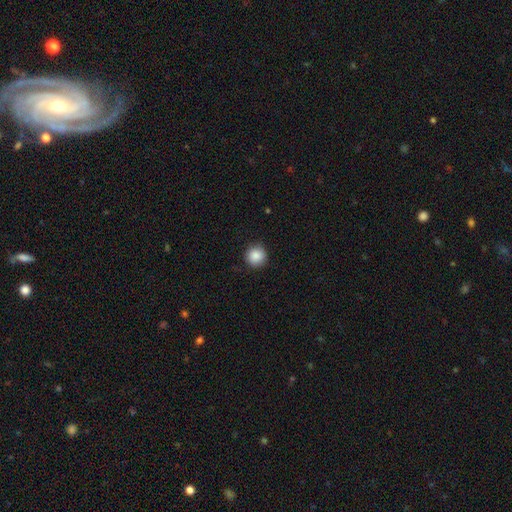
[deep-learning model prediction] Morphology: type=smooth (88%); roundness=round (93%); merging=none (87%).